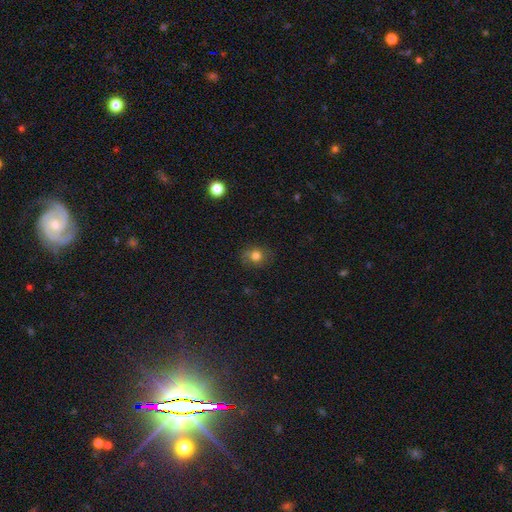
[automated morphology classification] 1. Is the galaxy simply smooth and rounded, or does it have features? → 77% smooth, 14% star or artifact, 9% featured or disk.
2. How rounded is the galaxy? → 72% round, 27% in between, 1% cigar-shaped.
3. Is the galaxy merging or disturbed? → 79% none, 15% minor disturbance, 4% major disturbance, 1% merger.